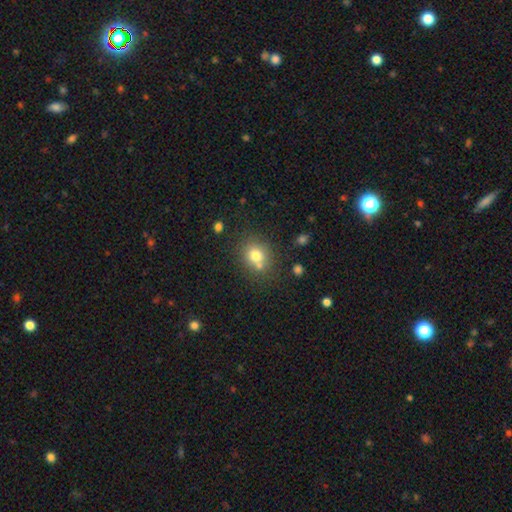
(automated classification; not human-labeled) A smooth galaxy with no disk features (74%) that is round (74%). Merging: none (60%).